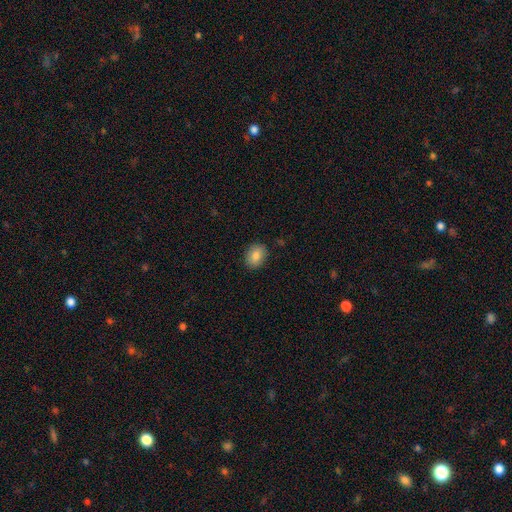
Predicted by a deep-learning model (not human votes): Smooth or featured?
  - smooth: 84% *
  - featured or disk: 8%
  - star or artifact: 8%
How rounded?
  - in between: 61% *
  - round: 38%
  - cigar-shaped: 1%
Merging?
  - none: 88% *
  - minor disturbance: 9%
  - major disturbance: 2%
  - merger: 1%